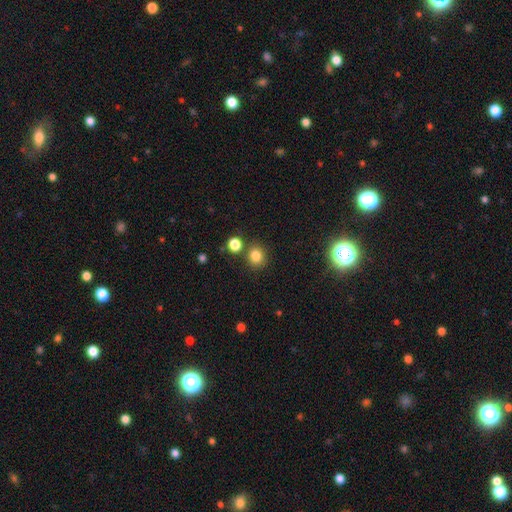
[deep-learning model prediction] smooth 82%, star or artifact 13%, featured or disk 5%. Down the decision tree: how rounded — round (81%); merging — none (80%).